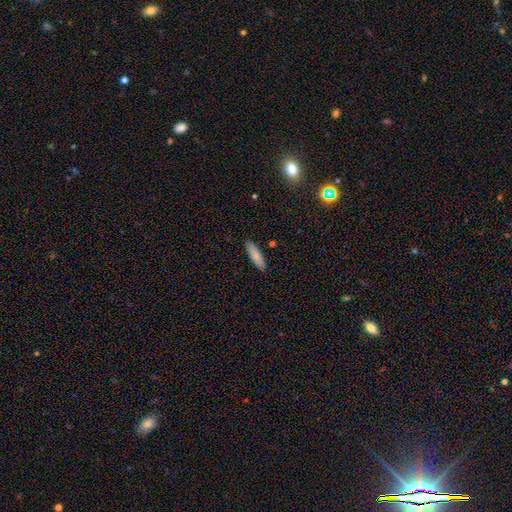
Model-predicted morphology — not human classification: Overall: smooth (85%). How rounded: cigar-shaped (72%). Merging: none (89%).